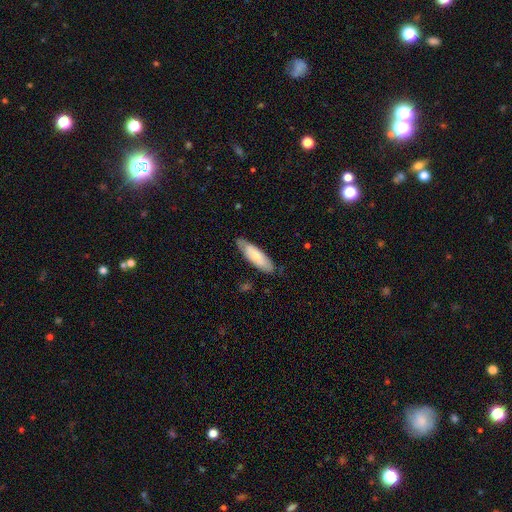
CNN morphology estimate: smooth_or_featured: smooth (p=0.70) [alt: featured or disk p=0.24]
how_rounded: cigar-shaped (p=0.51) [alt: in between p=0.48]
merging: none (p=0.74) [alt: minor disturbance p=0.21]